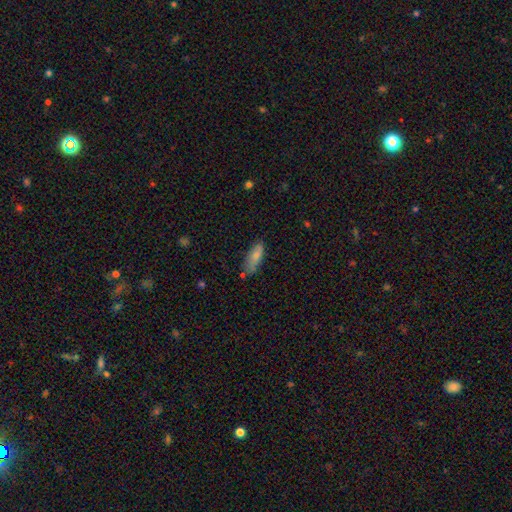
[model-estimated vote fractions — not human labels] Smooth or featured: smooth — 82% (featured or disk — 12%)
How rounded: in between — 65% (cigar-shaped — 33%)
Merging: none — 61% (minor disturbance — 27%)